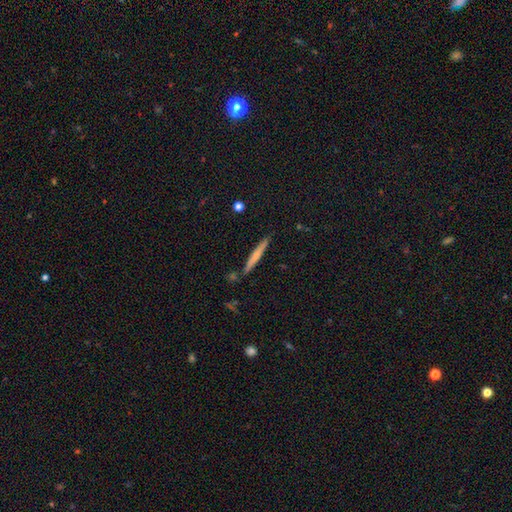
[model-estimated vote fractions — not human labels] Smooth or featured?
  - smooth: 54% *
  - featured or disk: 39%
  - star or artifact: 7%
How rounded?
  - cigar-shaped: 95% *
  - in between: 4%
  - round: 2%
Merging?
  - none: 86% *
  - minor disturbance: 9%
  - merger: 3%
  - major disturbance: 2%